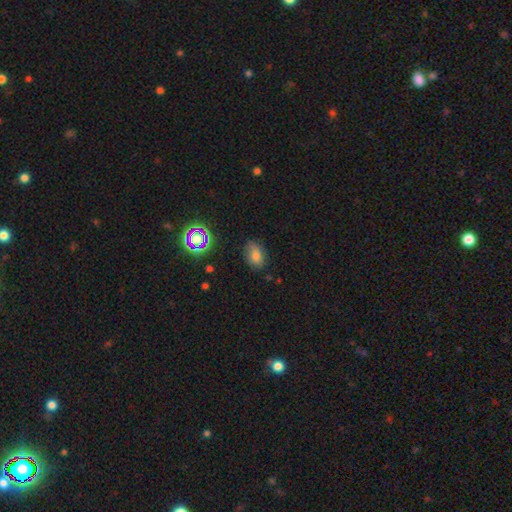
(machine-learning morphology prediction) Q: Smooth or featured?
A: smooth (73%); runner-up: star or artifact (16%)
Q: How rounded?
A: in between (81%); runner-up: round (17%)
Q: Merging?
A: none (71%); runner-up: minor disturbance (22%)